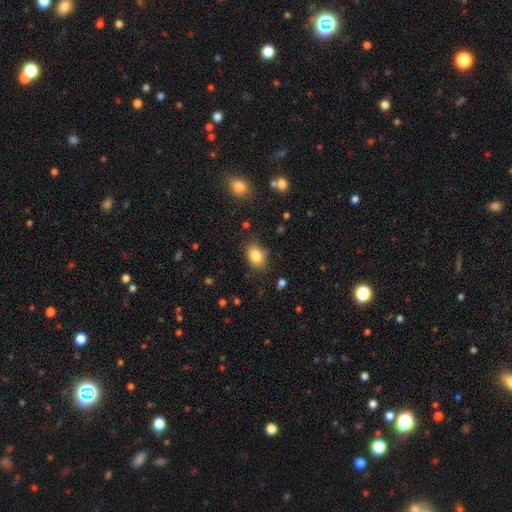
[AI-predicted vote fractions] Morphology: type=smooth (84%); roundness=in between (70%); merging=none (79%).